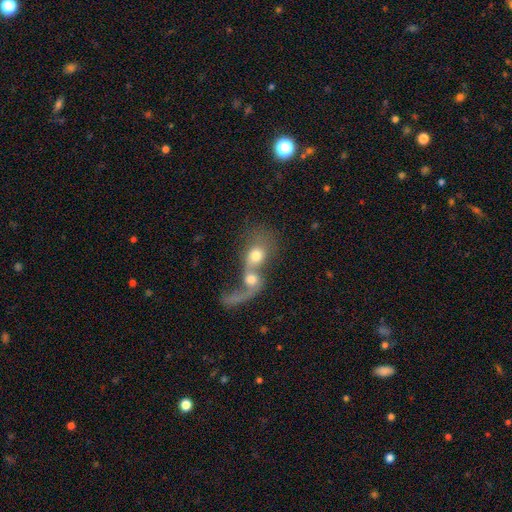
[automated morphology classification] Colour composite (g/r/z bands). It shows a smooth galaxy with no disk features (55%) that is round (57%). Merging: merger (83%).